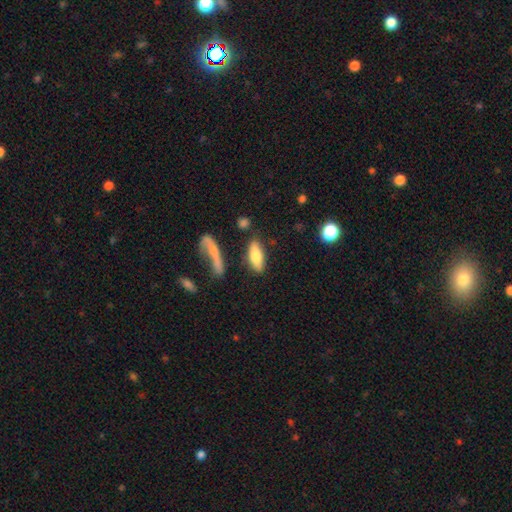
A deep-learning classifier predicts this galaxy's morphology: A smooth galaxy with no disk features (74%) that is in between round and cigar-shaped (67%).

Vote fractions:
- Smooth or featured? smooth: 74% / featured or disk: 19% / star or artifact: 7%
- How rounded? in between: 67% / cigar-shaped: 30% / round: 3%
- Merging? none: 74% / minor disturbance: 14% / merger: 7% / major disturbance: 5%